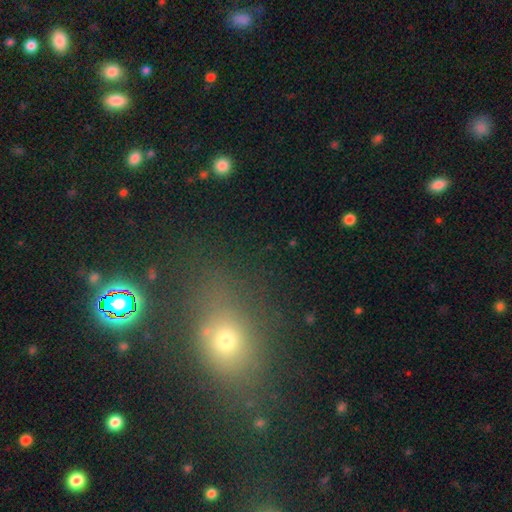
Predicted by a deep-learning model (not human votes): Smooth or featured? smooth (50%)
Merging? none (78%)